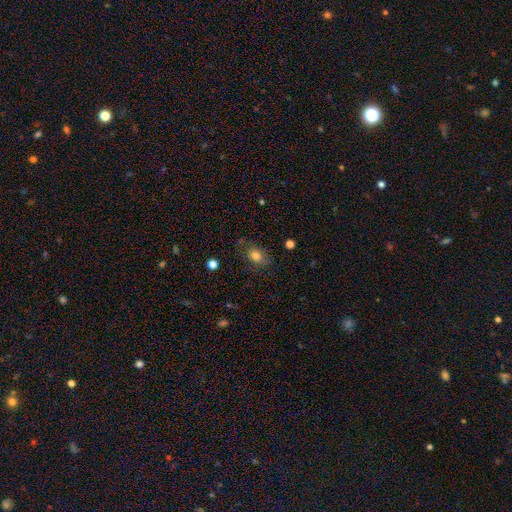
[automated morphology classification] Q: Smooth or featured?
A: smooth (77%); runner-up: featured or disk (12%)
Q: How rounded?
A: in between (66%); runner-up: round (32%)
Q: Merging?
A: none (71%); runner-up: minor disturbance (20%)